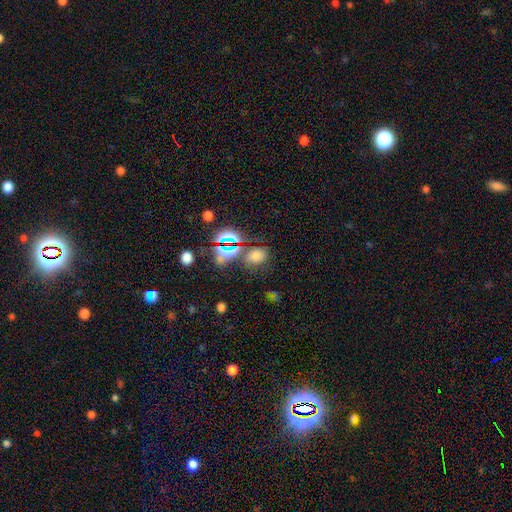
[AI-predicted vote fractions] smooth_or_featured: smooth (p=0.57) [alt: star or artifact p=0.34]
how_rounded: in between (p=0.55) [alt: round p=0.43]
merging: none (p=0.70) [alt: minor disturbance p=0.15]